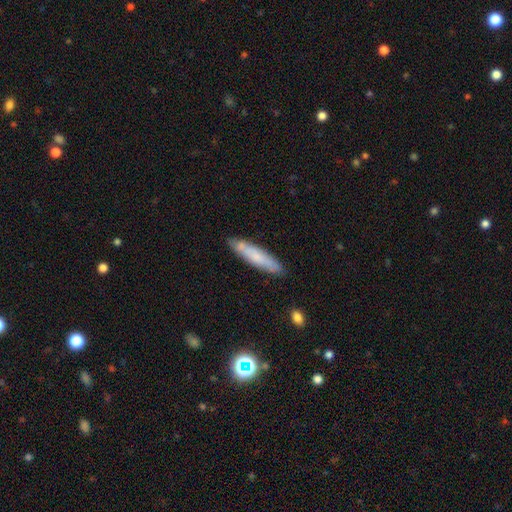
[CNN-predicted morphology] This is likely a smooth galaxy (60%). How rounded: clearly cigar-shaped (87%). Merging: clearly none (81%).